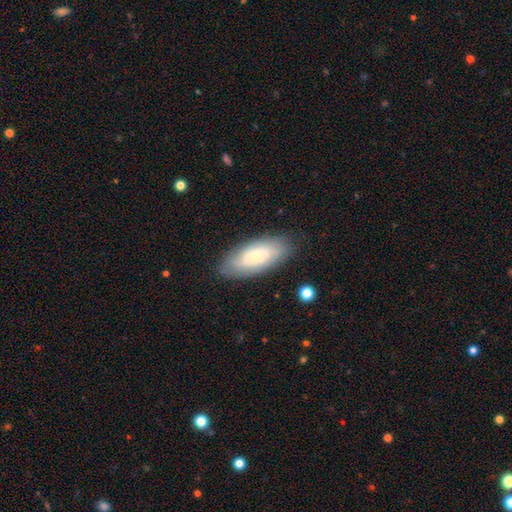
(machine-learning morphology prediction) type=smooth (57%); roundness=in between (83%); merging=none (81%).